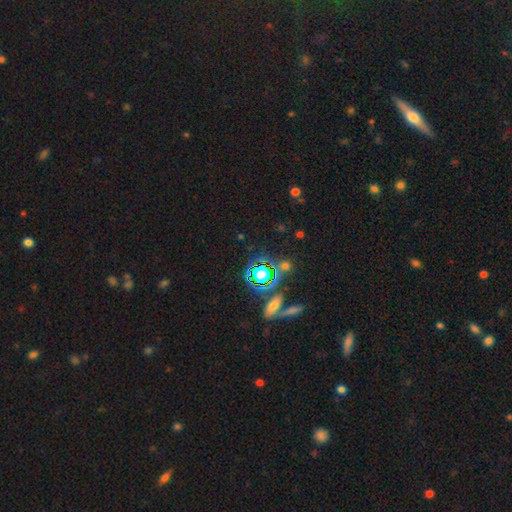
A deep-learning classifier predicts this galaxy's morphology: smooth_or_featured: star or artifact (p=0.73) [alt: smooth p=0.16]